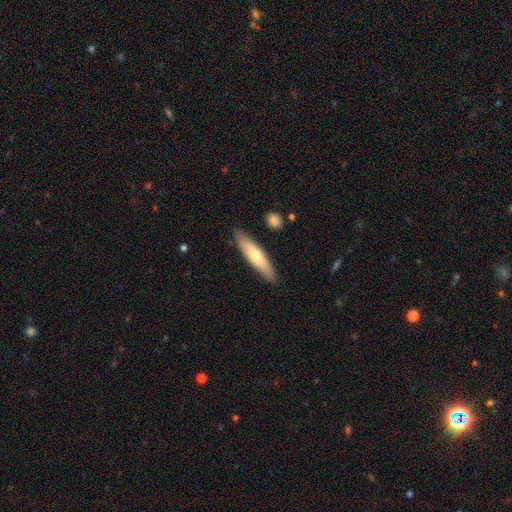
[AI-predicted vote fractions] Morphology: type=smooth (66%); roundness=cigar-shaped (75%); merging=none (86%).